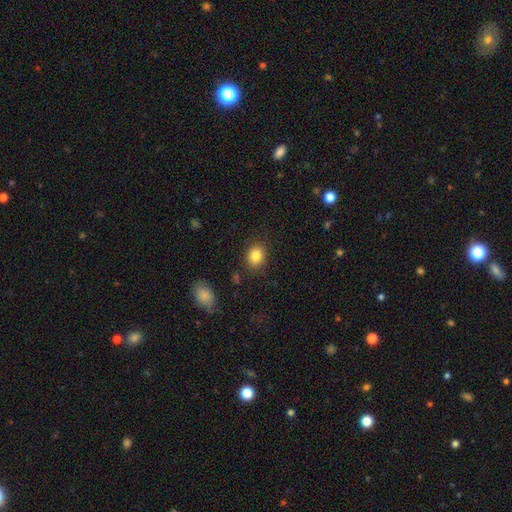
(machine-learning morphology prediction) This is clearly a smooth galaxy (85%). How rounded: possibly round (58%). Merging: clearly none (85%).